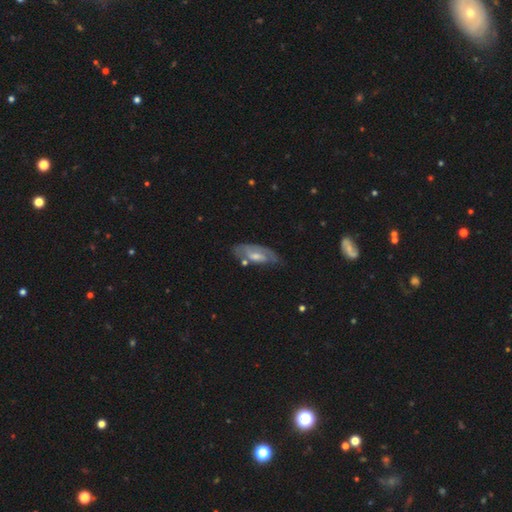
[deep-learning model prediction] The model was most divided on "bar": no: 46%, weak: 43%, strong: 11%. Remaining: edge-on disk — no (87%); spiral arms — yes (72%); smooth or featured — featured or disk (60%); merging — none (55%); bulge size — moderate (48%).